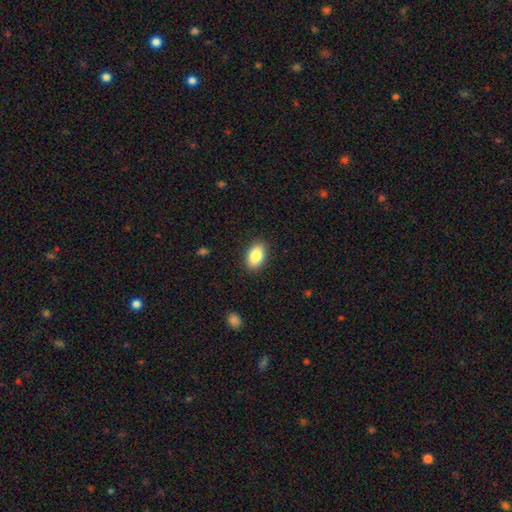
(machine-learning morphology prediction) type=smooth (87%); roundness=in between (91%); merging=none (88%).